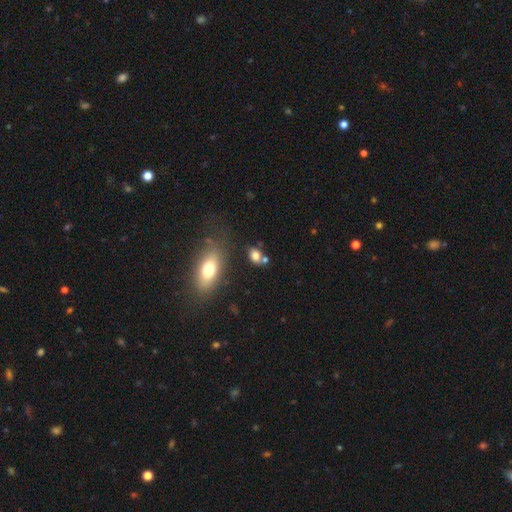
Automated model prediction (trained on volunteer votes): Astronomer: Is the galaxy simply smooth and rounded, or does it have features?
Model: smooth — 77%.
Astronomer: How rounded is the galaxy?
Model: in between — 70%.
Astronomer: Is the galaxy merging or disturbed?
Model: none — 59%.